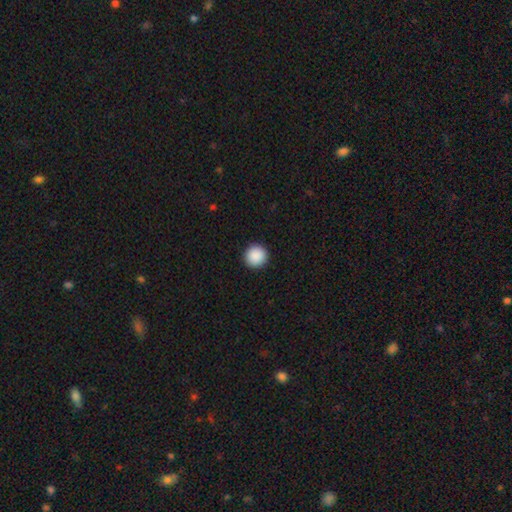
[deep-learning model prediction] Smooth or featured?
  - smooth: 89% *
  - star or artifact: 8%
  - featured or disk: 2%
How rounded?
  - round: 96% *
  - in between: 4%
  - cigar-shaped: 1%
Merging?
  - none: 93% *
  - minor disturbance: 4%
  - major disturbance: 2%
  - merger: 1%